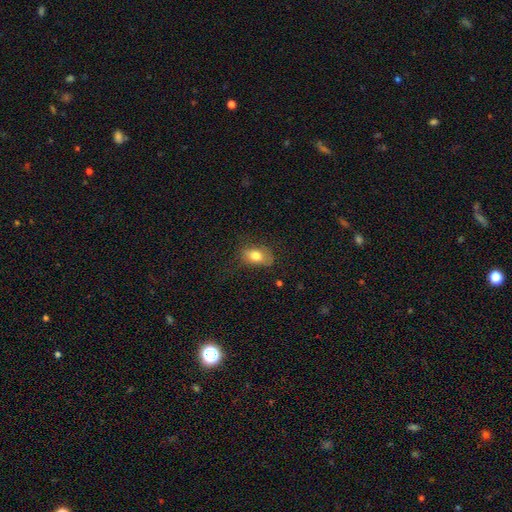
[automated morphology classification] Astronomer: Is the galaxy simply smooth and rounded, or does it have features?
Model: smooth — 77%.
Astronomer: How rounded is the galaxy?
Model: in between — 84%.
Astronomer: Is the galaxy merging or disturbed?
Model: none — 64%.